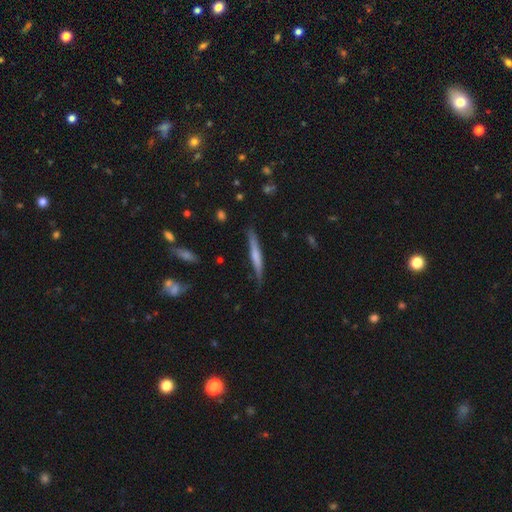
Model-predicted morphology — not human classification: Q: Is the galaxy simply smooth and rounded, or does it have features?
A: smooth — 48%.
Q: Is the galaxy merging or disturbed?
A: none — 82%.